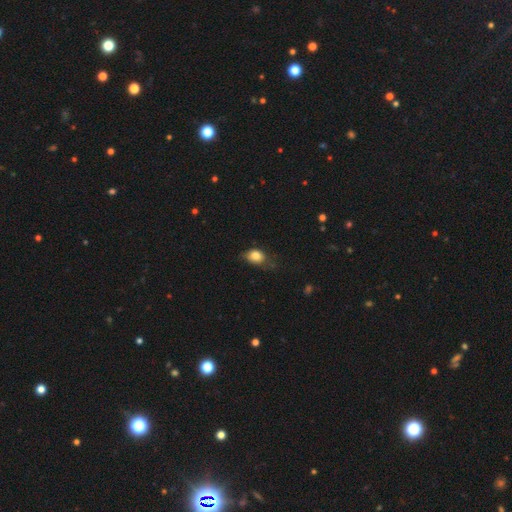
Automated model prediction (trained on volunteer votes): smooth 81%, featured or disk 9%, star or artifact 9%. Down the decision tree: how rounded — in between (65%); merging — none (52%).